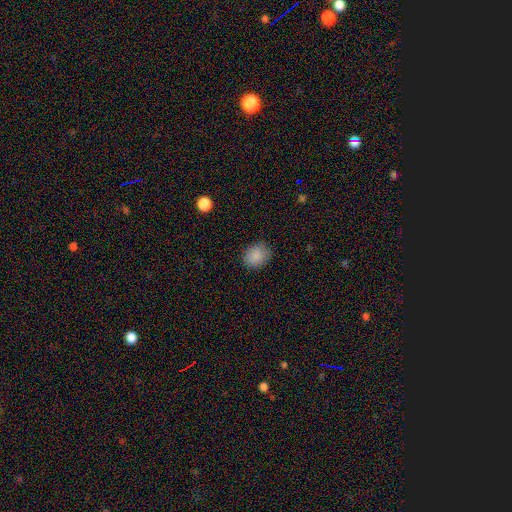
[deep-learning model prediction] A smooth galaxy with no disk features (87%) that is round (56%).

Vote fractions:
- Smooth or featured? smooth: 87% / star or artifact: 9% / featured or disk: 4%
- How rounded? round: 56% / in between: 43% / cigar-shaped: 1%
- Merging? none: 83% / minor disturbance: 13% / major disturbance: 3% / merger: 1%